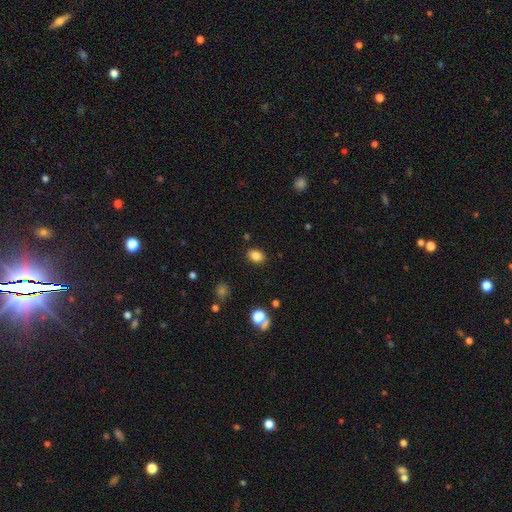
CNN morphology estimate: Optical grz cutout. It shows a smooth galaxy with no disk features (84%) that is in between round and cigar-shaped (64%). Merging: none (87%).